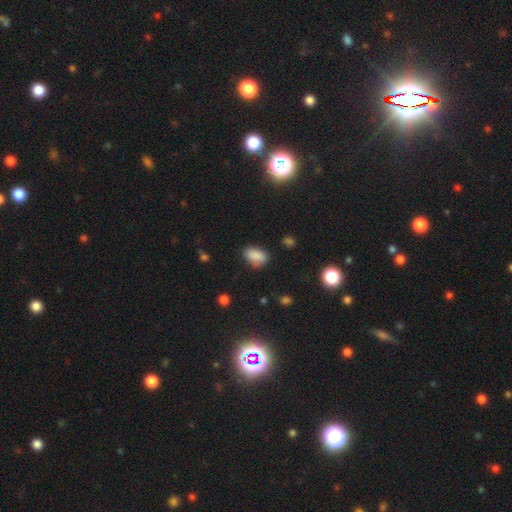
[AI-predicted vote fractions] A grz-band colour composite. It shows a smooth galaxy with no disk features (86%) that is in between round and cigar-shaped (89%). Merging: none (77%).